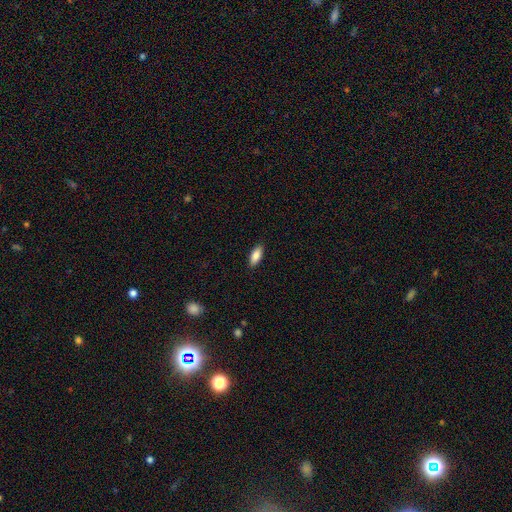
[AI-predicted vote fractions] Morphology: type=smooth (86%); roundness=in between (83%); merging=none (89%).